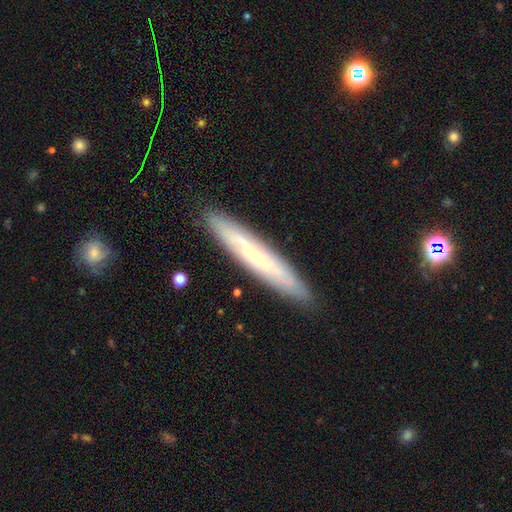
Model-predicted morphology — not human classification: Smooth or featured? Predicted: featured or disk (p=0.47). Merging? Predicted: none (p=0.89).